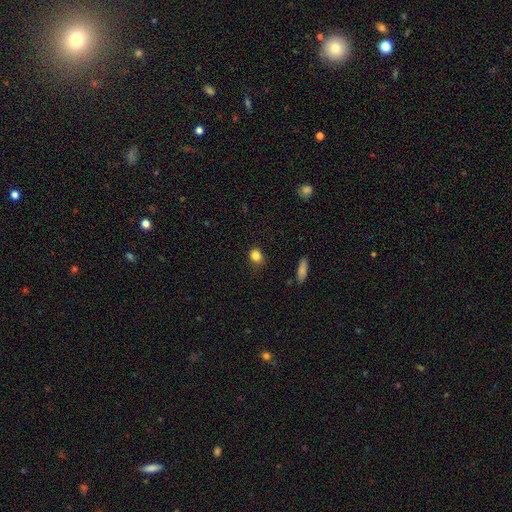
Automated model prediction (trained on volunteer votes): smooth 85%, star or artifact 10%, featured or disk 5%. Down the decision tree: how rounded — round (64%); merging — none (80%).